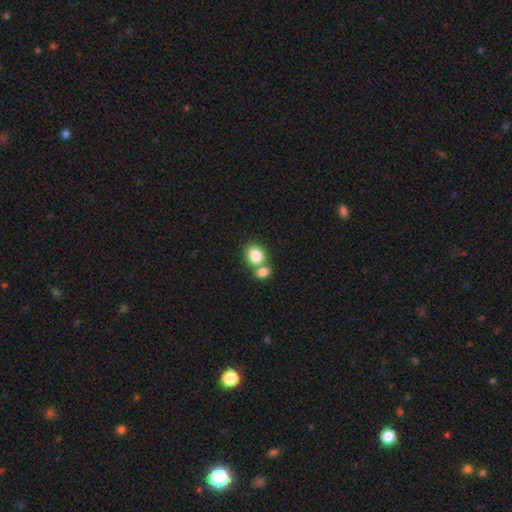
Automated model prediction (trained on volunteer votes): Smooth or featured? Predicted: smooth (p=0.85). How rounded? Predicted: round (p=0.53). Merging? Predicted: merger (p=0.48).